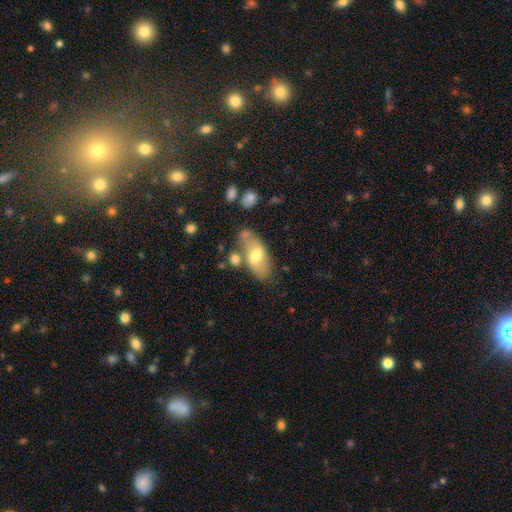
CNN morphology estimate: This appears to be a smooth galaxy with no disk features (51%) that is in between round and cigar-shaped (88%). Merging: none (58%).